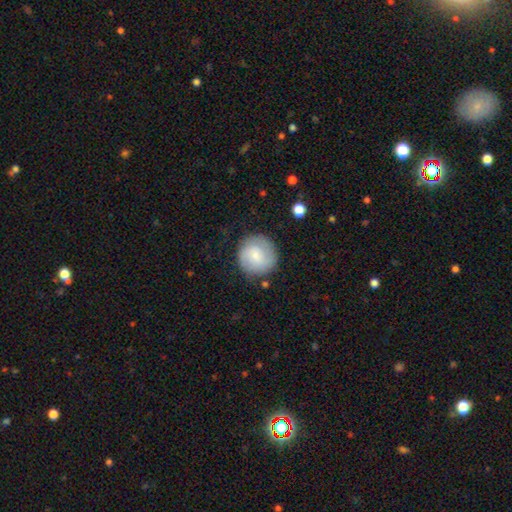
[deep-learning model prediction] This is likely a smooth galaxy (68%). How rounded: clearly round (93%). Merging: likely none (79%).